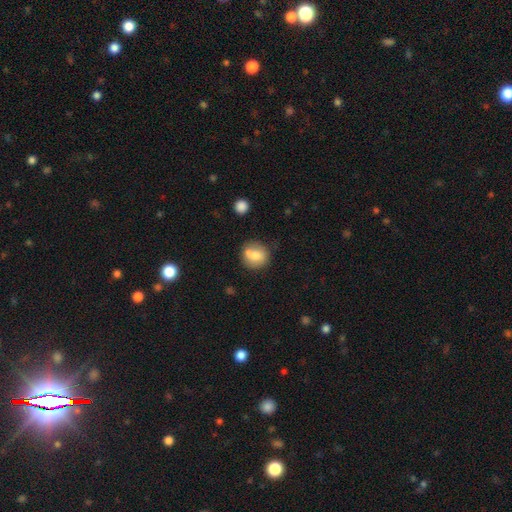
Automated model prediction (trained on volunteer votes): Q: Smooth or featured?
A: smooth (73%); runner-up: featured or disk (18%)
Q: How rounded?
A: round (84%); runner-up: in between (15%)
Q: Merging?
A: none (53%); runner-up: merger (30%)